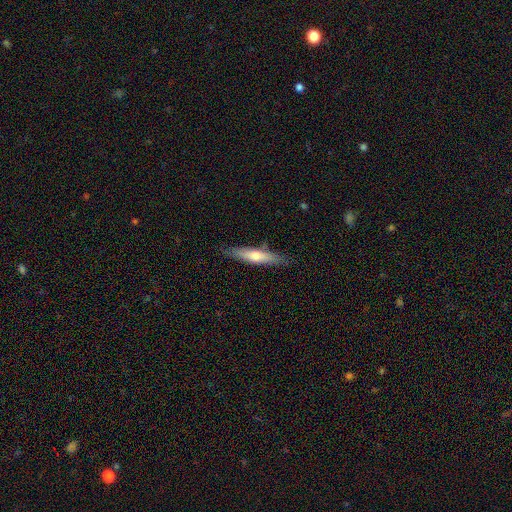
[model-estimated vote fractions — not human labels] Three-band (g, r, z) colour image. It shows a smooth galaxy with no disk features (55%) that is cigar-shaped (84%). Merging: none (85%).